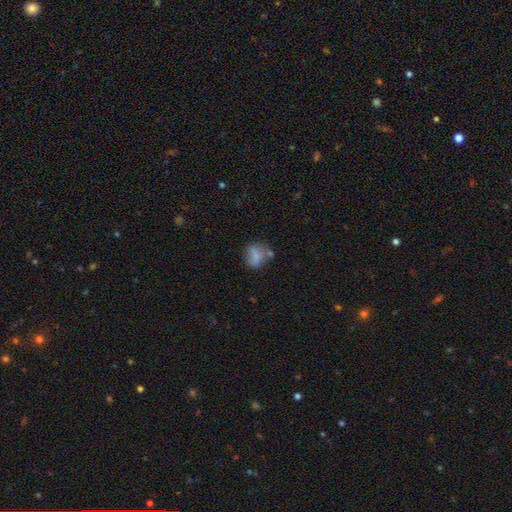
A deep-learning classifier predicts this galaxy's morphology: Smooth or featured?
  - smooth: 69% *
  - featured or disk: 20%
  - star or artifact: 11%
How rounded?
  - in between: 53% *
  - round: 45%
  - cigar-shaped: 2%
Merging?
  - none: 44% *
  - minor disturbance: 25%
  - merger: 17%
  - major disturbance: 14%